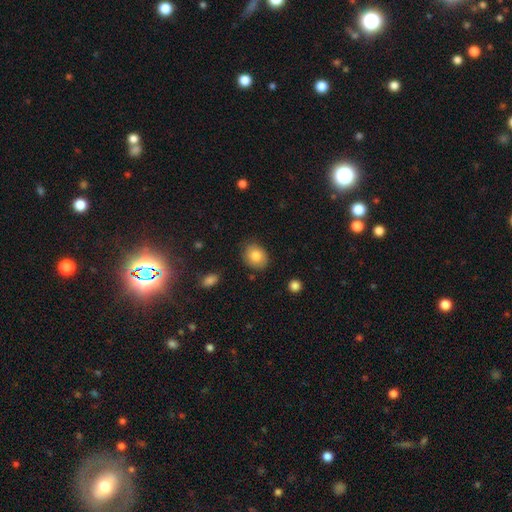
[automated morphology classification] Smooth or featured? Predicted: smooth (p=0.82). How rounded? Predicted: round (p=0.50). Merging? Predicted: none (p=0.82).